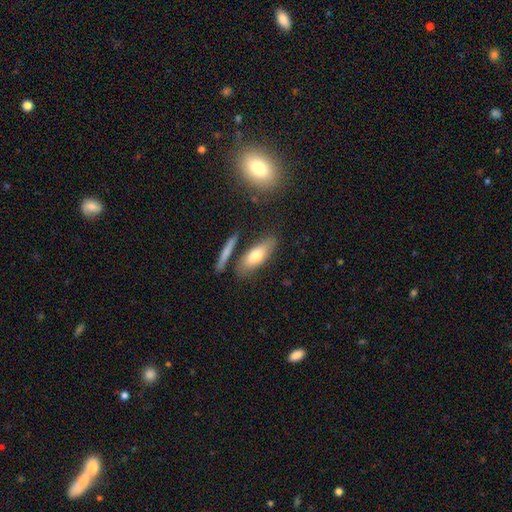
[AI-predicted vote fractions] smooth-or-featured: smooth: 70% | featured or disk: 23% | star or artifact: 7%
  how-rounded: in between: 65% | cigar-shaped: 32% | round: 3%
  merging: none: 72% | minor disturbance: 13% | merger: 11% | major disturbance: 4%